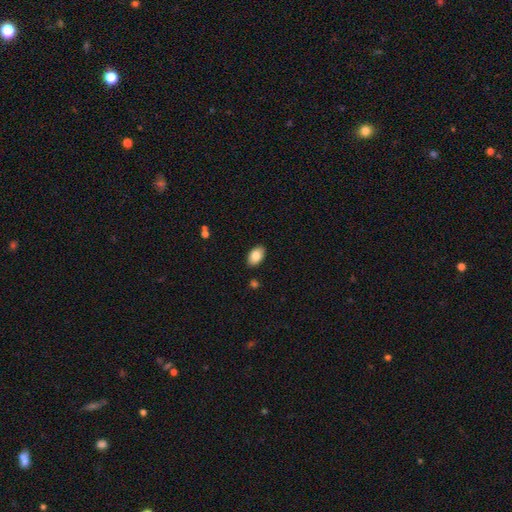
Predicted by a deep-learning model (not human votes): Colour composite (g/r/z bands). It shows a smooth galaxy with no disk features (83%) that is in between round and cigar-shaped (93%). Merging: none (88%).